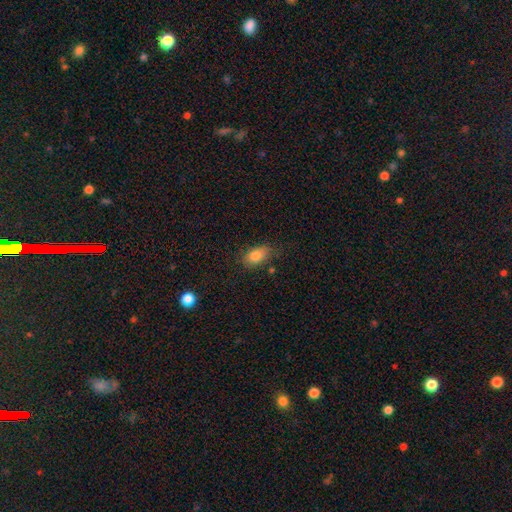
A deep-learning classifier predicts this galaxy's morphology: The model was most divided on "merging": none: 67%, minor disturbance: 24%, major disturbance: 6%, merger: 3%. More confident: how rounded — in between (86%); smooth or featured — smooth (81%).